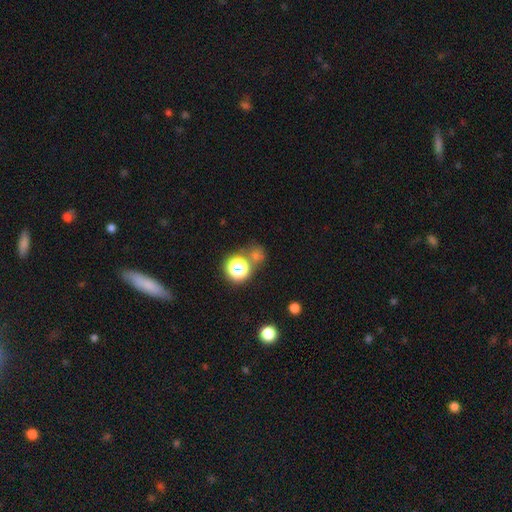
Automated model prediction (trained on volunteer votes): smooth-or-featured: smooth: 59% | star or artifact: 34% | featured or disk: 7%
  how-rounded: round: 85% | in between: 14% | cigar-shaped: 1%
  merging: none: 63% | merger: 22% | minor disturbance: 10% | major disturbance: 5%